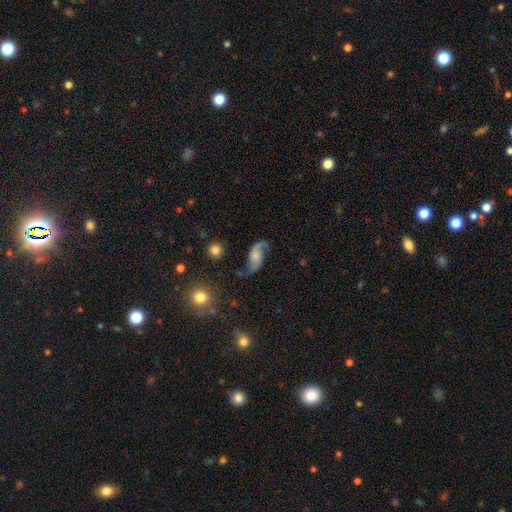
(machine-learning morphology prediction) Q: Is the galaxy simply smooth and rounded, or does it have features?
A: featured or disk — 82%.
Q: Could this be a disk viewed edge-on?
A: no — 96%.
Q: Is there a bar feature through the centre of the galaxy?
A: no — 62%.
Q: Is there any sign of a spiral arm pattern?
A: yes — 96%.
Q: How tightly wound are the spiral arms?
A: loose — 79%.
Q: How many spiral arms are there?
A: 2 — 92%.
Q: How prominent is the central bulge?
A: none — 33%.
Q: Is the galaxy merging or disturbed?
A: none — 69%.